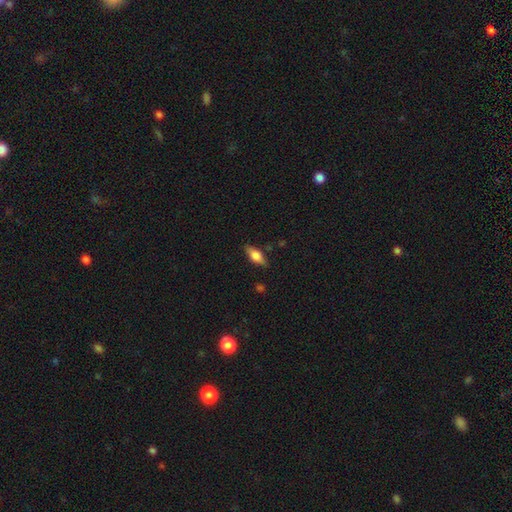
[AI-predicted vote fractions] Smooth or featured? smooth (69%)
How rounded? in between (77%)
Merging? none (82%)